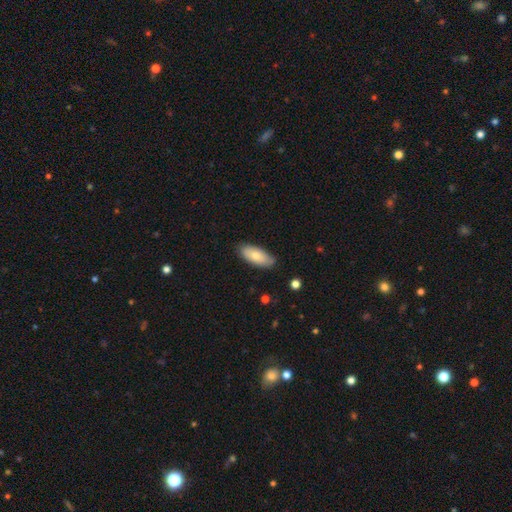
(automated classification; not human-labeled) The model was most divided on "smooth or featured": smooth: 71%, featured or disk: 23%, star or artifact: 6%. More confident: how rounded — in between (85%); merging — none (81%).